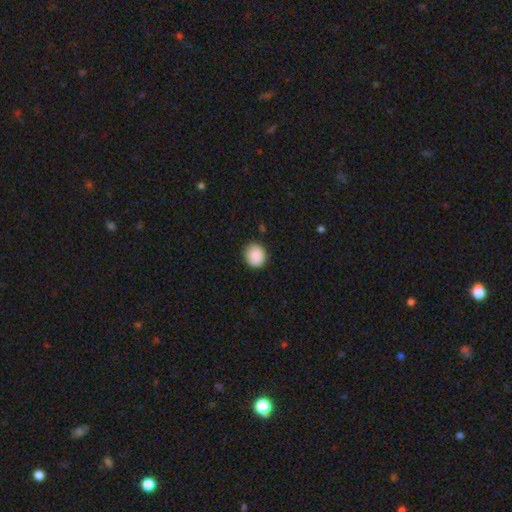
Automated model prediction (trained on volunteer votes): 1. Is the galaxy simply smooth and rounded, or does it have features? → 89% smooth, 7% star or artifact, 3% featured or disk.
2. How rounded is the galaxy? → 79% round, 20% in between, 1% cigar-shaped.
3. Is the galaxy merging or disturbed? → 86% none, 10% minor disturbance, 2% major disturbance, 1% merger.